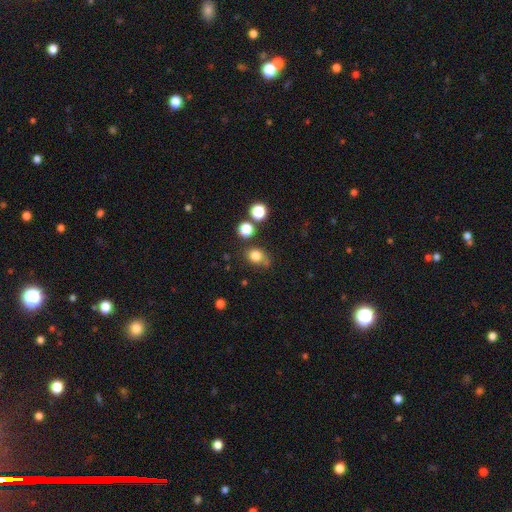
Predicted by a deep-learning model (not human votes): This appears to be a smooth galaxy with no disk features (80%) that is round (68%). Merging: none (62%).